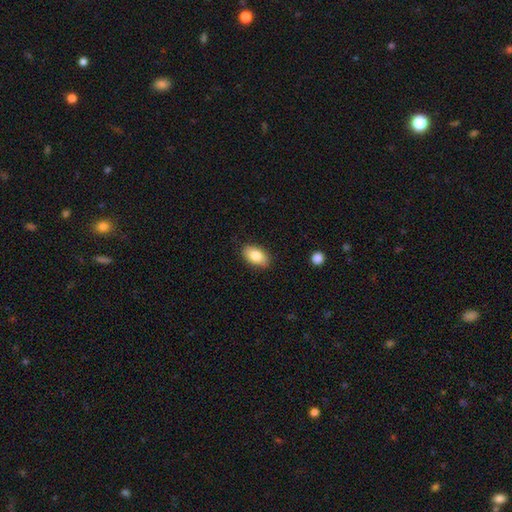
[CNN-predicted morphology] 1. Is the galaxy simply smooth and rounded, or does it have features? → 83% smooth, 10% featured or disk, 7% star or artifact.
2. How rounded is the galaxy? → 92% in between, 6% round, 3% cigar-shaped.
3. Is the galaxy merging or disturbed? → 86% none, 11% minor disturbance, 2% major disturbance, 1% merger.